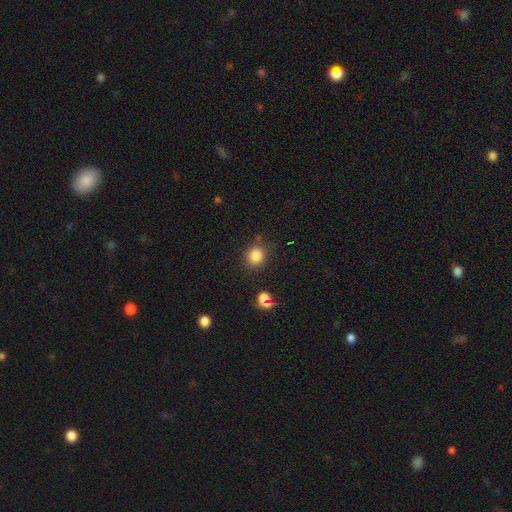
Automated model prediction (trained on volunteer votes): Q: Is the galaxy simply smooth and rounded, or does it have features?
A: smooth — 83%.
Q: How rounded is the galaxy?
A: round — 82%.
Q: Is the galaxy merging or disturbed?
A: none — 79%.